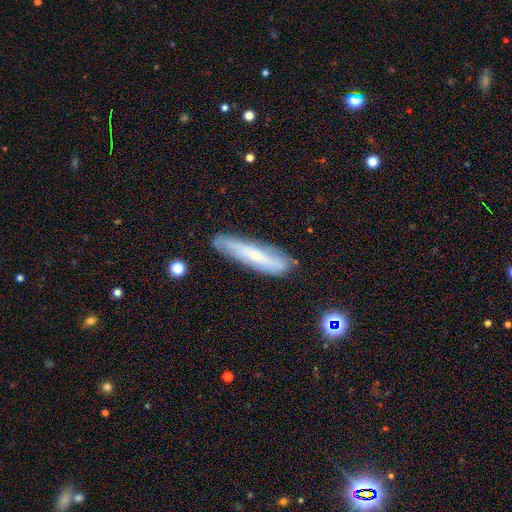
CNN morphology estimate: Smooth or featured? Predicted: featured or disk (p=0.50). Merging? Predicted: none (p=0.76).